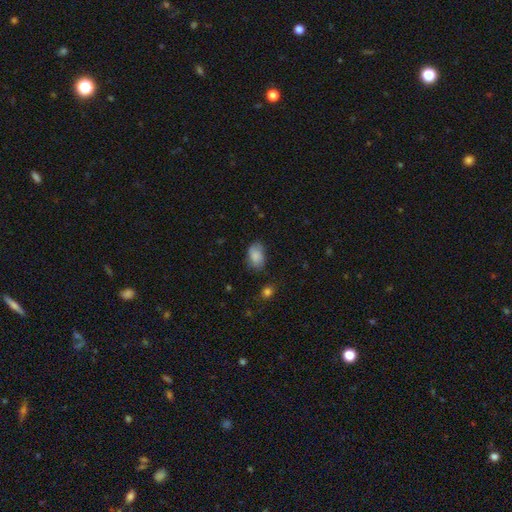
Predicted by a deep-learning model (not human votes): A smooth galaxy with no disk features (82%) that is in between round and cigar-shaped (86%).

Vote fractions:
- Smooth or featured? smooth: 82% / featured or disk: 10% / star or artifact: 8%
- How rounded? in between: 86% / round: 13% / cigar-shaped: 1%
- Merging? none: 64% / minor disturbance: 27% / major disturbance: 7% / merger: 2%